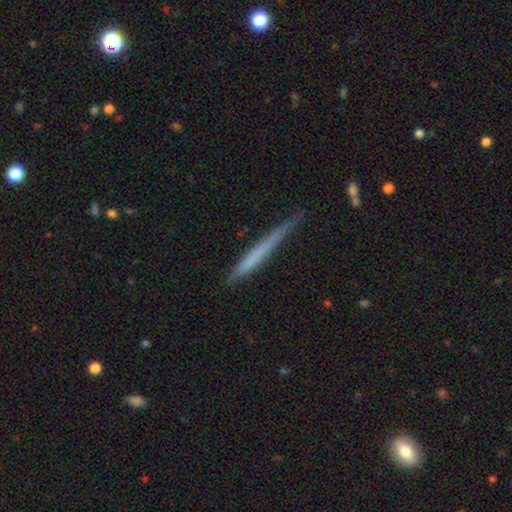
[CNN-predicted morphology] This is possibly a smooth galaxy (57%). How rounded: clearly cigar-shaped (97%). Merging: likely none (74%).